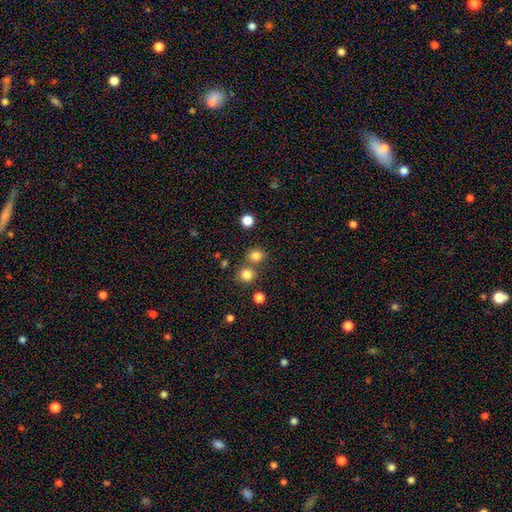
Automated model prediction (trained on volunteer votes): Q: Smooth or featured?
A: smooth (81%); runner-up: star or artifact (14%)
Q: How rounded?
A: round (85%); runner-up: in between (14%)
Q: Merging?
A: none (68%); runner-up: merger (22%)